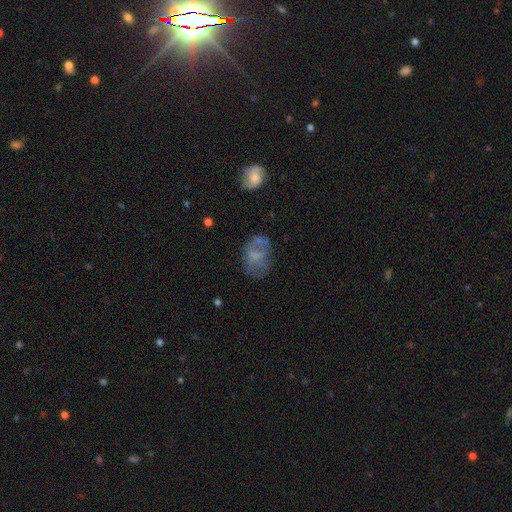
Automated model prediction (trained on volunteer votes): This appears to be a smooth galaxy with no disk features (54%) that is in between round and cigar-shaped (75%). Merging: none (45%).